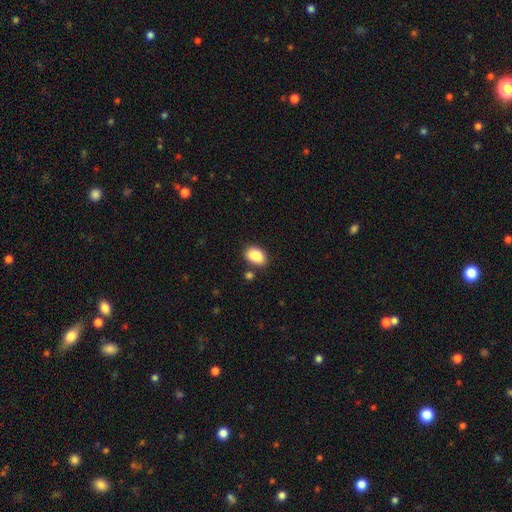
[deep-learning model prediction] Overall: smooth (88%). How rounded: in between (83%). Merging: none (78%).